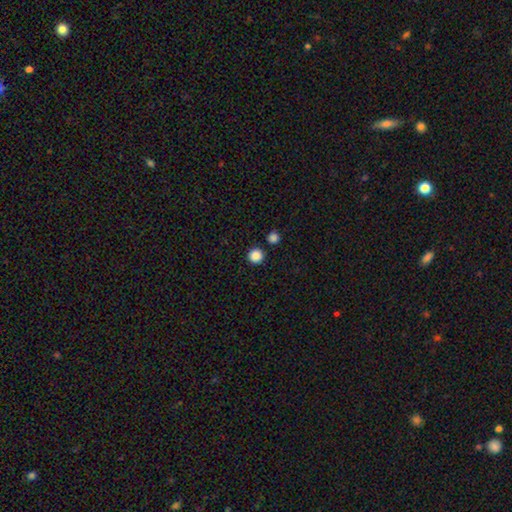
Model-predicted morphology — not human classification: smooth 86%, star or artifact 11%, featured or disk 3%. Down the decision tree: how rounded — round (96%); merging — none (89%).